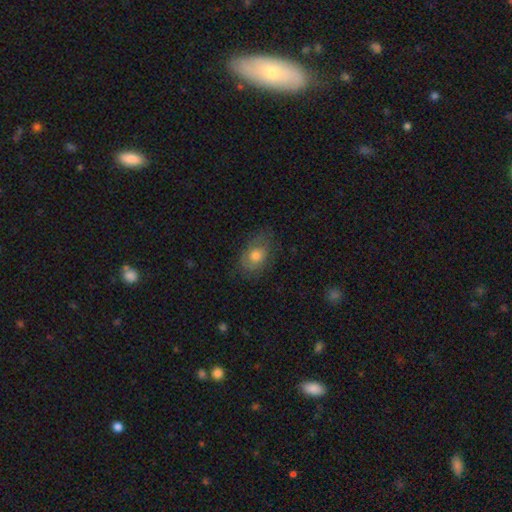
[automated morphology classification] smooth-or-featured: smooth: 59% | featured or disk: 33% | star or artifact: 9%
  how-rounded: in between: 77% | round: 22% | cigar-shaped: 2%
  merging: none: 67% | minor disturbance: 22% | major disturbance: 9% | merger: 1%